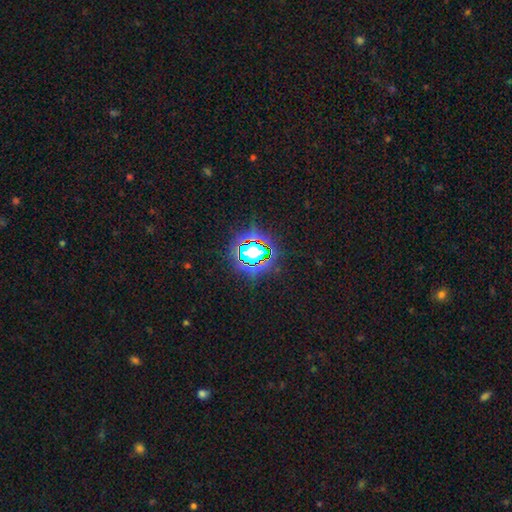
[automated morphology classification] This is clearly a star or artifact rather than a galaxy (80%).